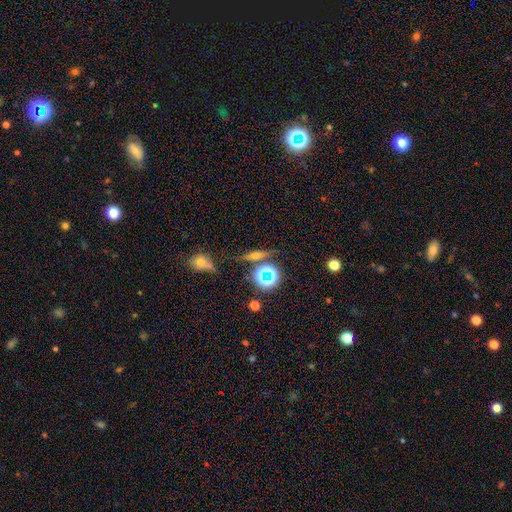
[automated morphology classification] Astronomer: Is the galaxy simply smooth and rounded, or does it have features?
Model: smooth — 36% (runner-up: featured or disk, 35%).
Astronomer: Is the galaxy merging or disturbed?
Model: none — 77%.